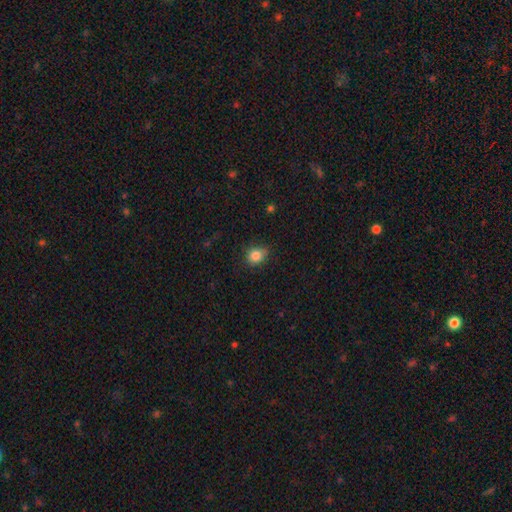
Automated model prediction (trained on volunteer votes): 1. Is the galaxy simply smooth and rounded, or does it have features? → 84% smooth, 10% star or artifact, 5% featured or disk.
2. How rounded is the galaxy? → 66% round, 33% in between, 1% cigar-shaped.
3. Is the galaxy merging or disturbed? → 70% none, 24% minor disturbance, 4% major disturbance, 1% merger.